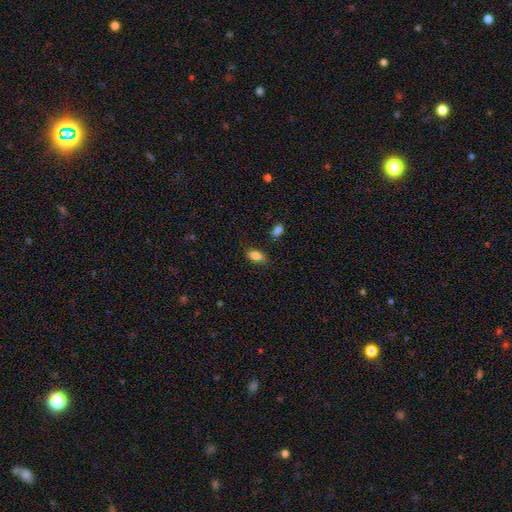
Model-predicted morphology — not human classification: Smooth or featured?
  - smooth: 85% *
  - star or artifact: 10%
  - featured or disk: 5%
How rounded?
  - in between: 89% *
  - cigar-shaped: 6%
  - round: 5%
Merging?
  - none: 73% *
  - minor disturbance: 18%
  - major disturbance: 5%
  - merger: 3%